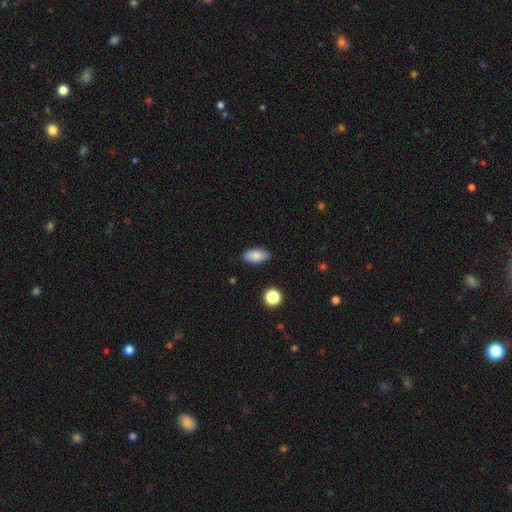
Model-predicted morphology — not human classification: Smooth or featured?
  - smooth: 84% *
  - featured or disk: 8%
  - star or artifact: 8%
How rounded?
  - in between: 92% *
  - cigar-shaped: 4%
  - round: 4%
Merging?
  - none: 87% *
  - minor disturbance: 9%
  - major disturbance: 2%
  - merger: 1%